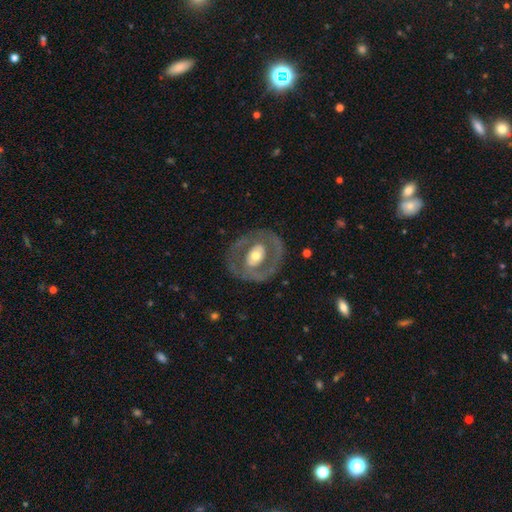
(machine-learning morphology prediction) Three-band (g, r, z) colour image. It shows a featured or disk galaxy (66%) with no bar (66%), no spiral arms (71%) and a moderate central bulge (65%). Merging: none (77%).